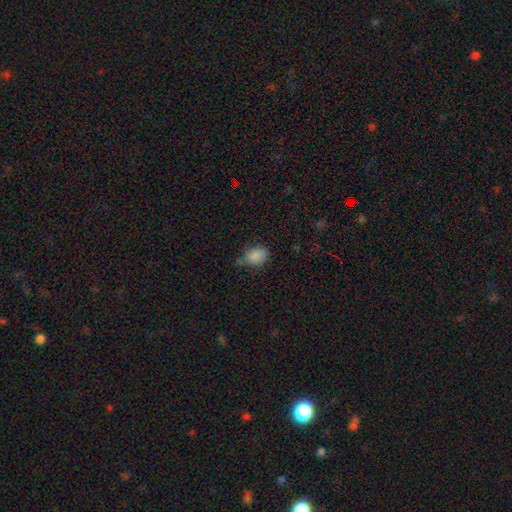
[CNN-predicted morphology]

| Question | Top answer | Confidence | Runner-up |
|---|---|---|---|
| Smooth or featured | smooth | 85% | star or artifact (10%) |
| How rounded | in between | 68% | round (30%) |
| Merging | none | 55% | minor disturbance (31%) |